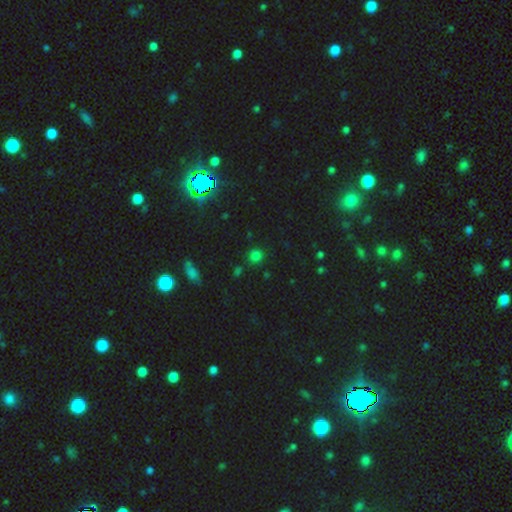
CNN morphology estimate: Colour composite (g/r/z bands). It shows a smooth galaxy with no disk features (69%) that is round (87%). Merging: none (83%).